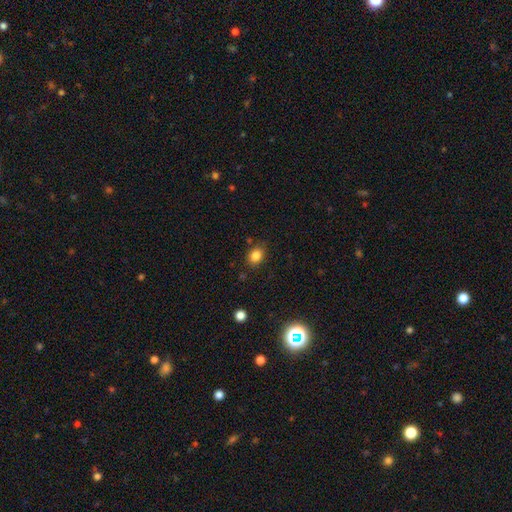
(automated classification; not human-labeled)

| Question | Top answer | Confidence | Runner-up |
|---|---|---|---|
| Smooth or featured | smooth | 84% | star or artifact (11%) |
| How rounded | in between | 52% | round (47%) |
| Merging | none | 81% | minor disturbance (13%) |